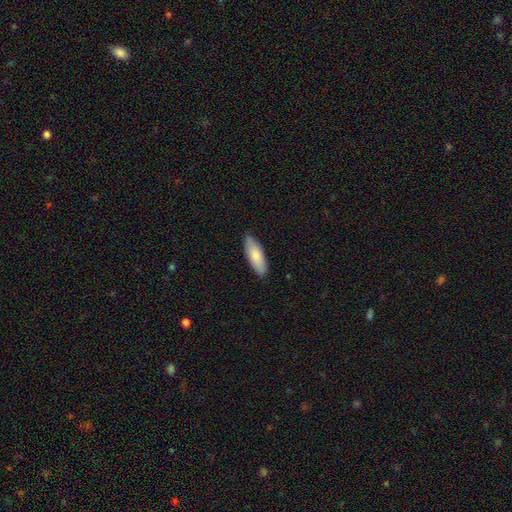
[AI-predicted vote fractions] Smooth or featured?
  - smooth: 80% *
  - featured or disk: 14%
  - star or artifact: 5%
How rounded?
  - in between: 67% *
  - cigar-shaped: 32%
  - round: 2%
Merging?
  - none: 87% *
  - minor disturbance: 11%
  - major disturbance: 2%
  - merger: 1%